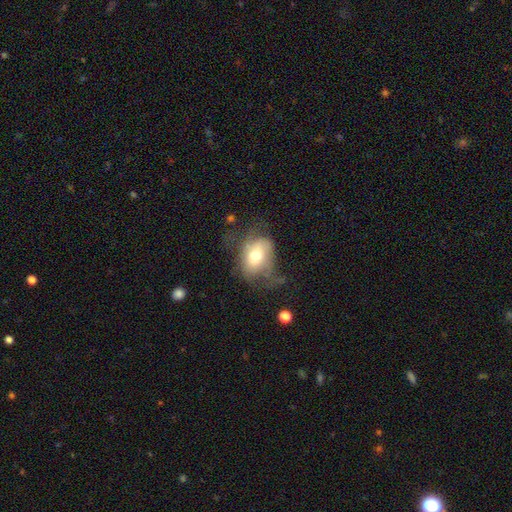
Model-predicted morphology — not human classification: Smooth or featured?
  - smooth: 59% *
  - featured or disk: 32%
  - star or artifact: 9%
How rounded?
  - in between: 76% *
  - round: 23%
  - cigar-shaped: 2%
Merging?
  - none: 38% *
  - major disturbance: 30%
  - minor disturbance: 29%
  - merger: 3%